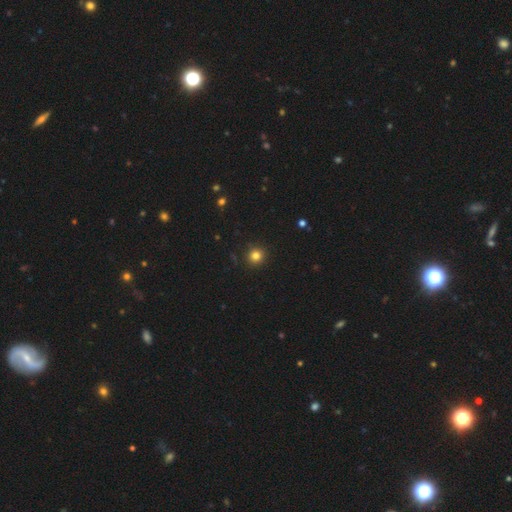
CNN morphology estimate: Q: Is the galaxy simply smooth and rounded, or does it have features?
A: smooth — 81%.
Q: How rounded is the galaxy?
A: round — 94%.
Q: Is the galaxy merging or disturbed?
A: none — 92%.